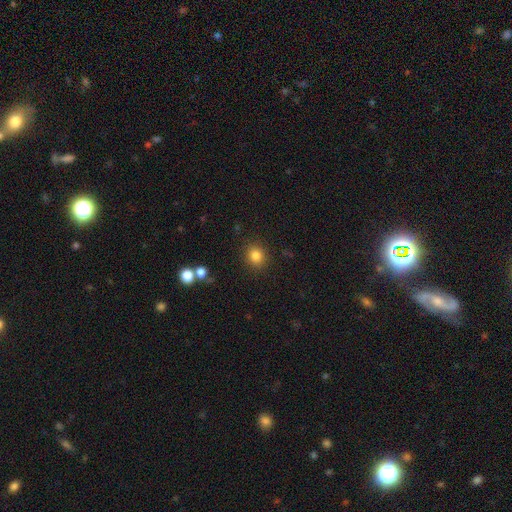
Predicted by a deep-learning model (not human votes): Morphology: type=smooth (82%); roundness=round (80%); merging=none (88%).